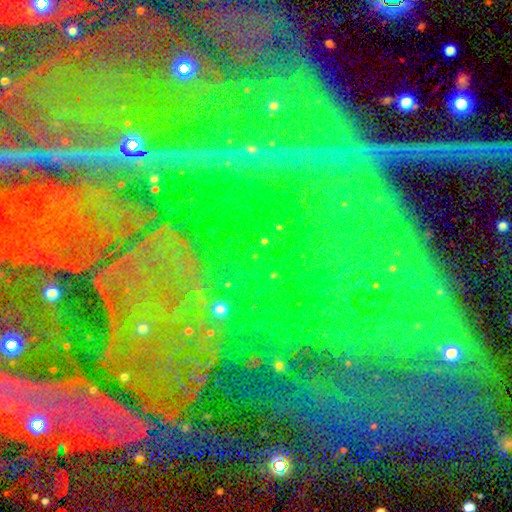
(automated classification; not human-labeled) A star or artifact, not a galaxy (86%).